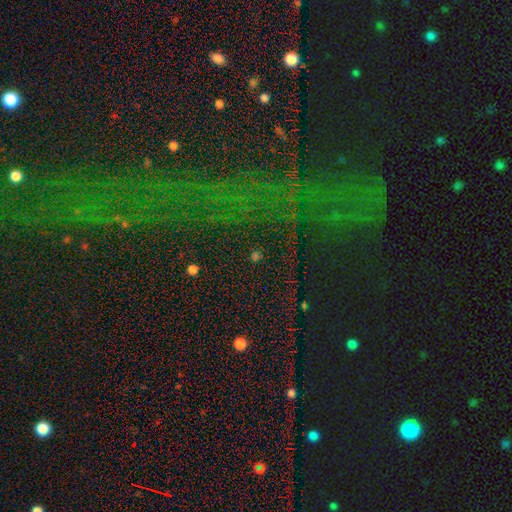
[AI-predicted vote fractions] A star or artifact, not a galaxy (71%).

Vote fractions:
- Smooth or featured? star or artifact: 71% / smooth: 21% / featured or disk: 7%